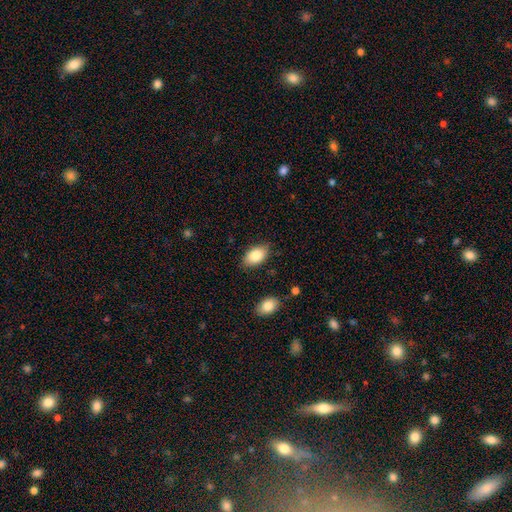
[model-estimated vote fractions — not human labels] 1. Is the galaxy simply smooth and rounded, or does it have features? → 84% smooth, 9% featured or disk, 7% star or artifact.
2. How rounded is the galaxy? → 93% in between, 5% round, 2% cigar-shaped.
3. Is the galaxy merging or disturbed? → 82% none, 13% minor disturbance, 3% major disturbance, 2% merger.